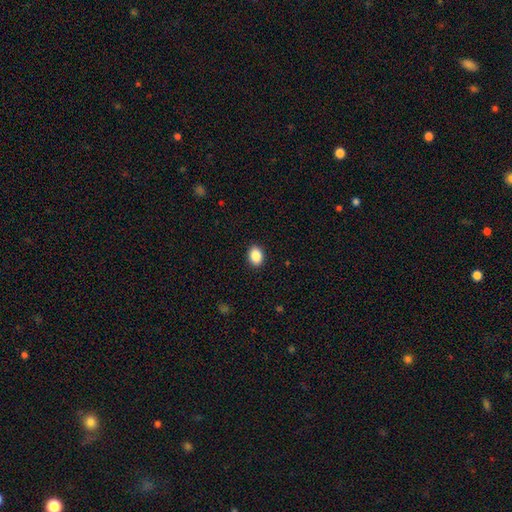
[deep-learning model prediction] smooth-or-featured: smooth: 88% | star or artifact: 8% | featured or disk: 4%
  how-rounded: in between: 79% | round: 20% | cigar-shaped: 1%
  merging: none: 91% | minor disturbance: 7% | major disturbance: 2% | merger: 1%